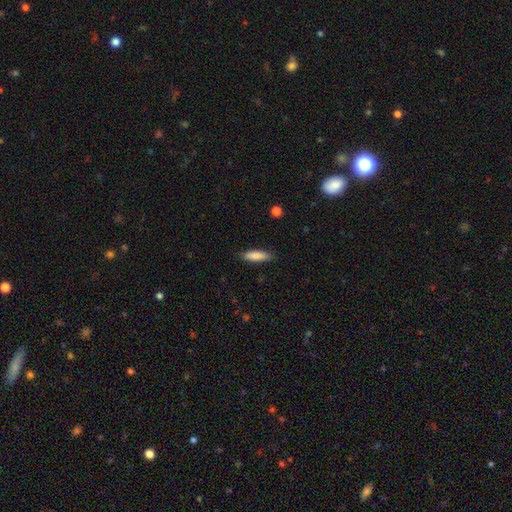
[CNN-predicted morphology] Q: Smooth or featured?
A: smooth (83%); runner-up: featured or disk (11%)
Q: How rounded?
A: cigar-shaped (68%); runner-up: in between (31%)
Q: Merging?
A: none (85%); runner-up: minor disturbance (11%)